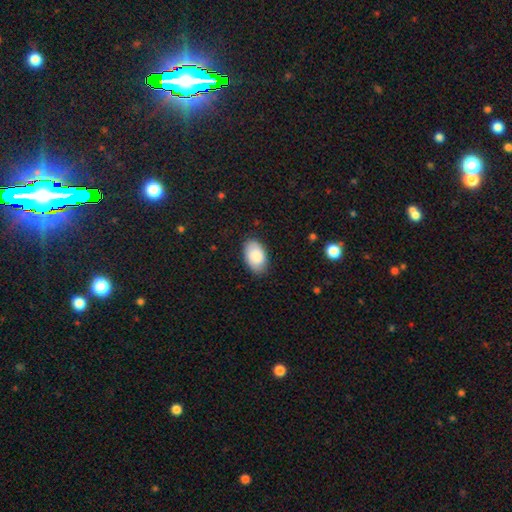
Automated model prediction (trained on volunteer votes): A smooth galaxy with no disk features (88%) that is in between round and cigar-shaped (93%). Merging: none (83%).